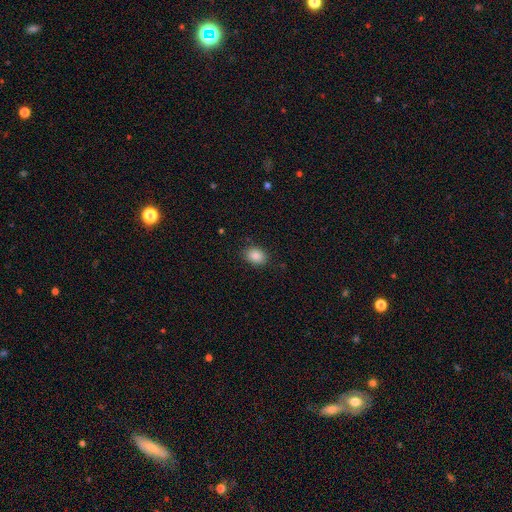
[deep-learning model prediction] Smooth or featured?
  - smooth: 87% *
  - star or artifact: 8%
  - featured or disk: 4%
How rounded?
  - in between: 64% *
  - round: 35%
  - cigar-shaped: 1%
Merging?
  - none: 85% *
  - minor disturbance: 11%
  - major disturbance: 3%
  - merger: 1%